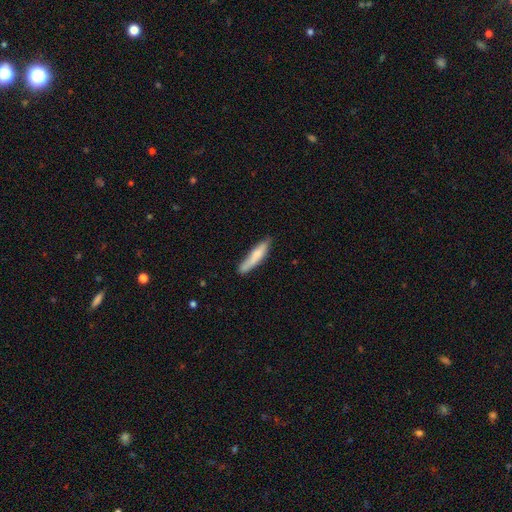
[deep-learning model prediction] Smooth or featured: smooth — 73% (featured or disk — 21%)
How rounded: cigar-shaped — 86% (in between — 13%)
Merging: none — 68% (minor disturbance — 23%)